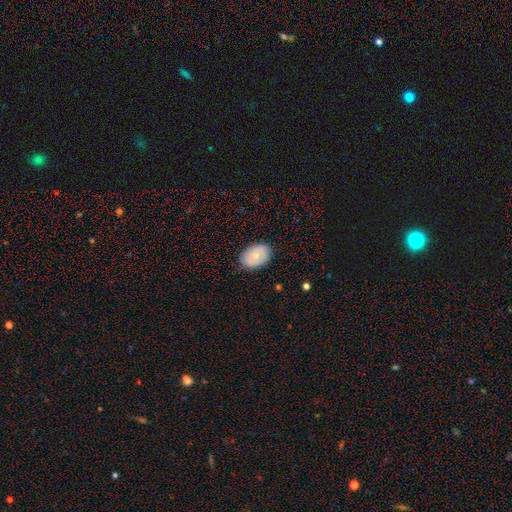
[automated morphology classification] smooth_or_featured: smooth (p=0.63) [alt: featured or disk p=0.30]
how_rounded: in between (p=0.81) [alt: round p=0.18]
merging: none (p=0.85) [alt: minor disturbance p=0.12]